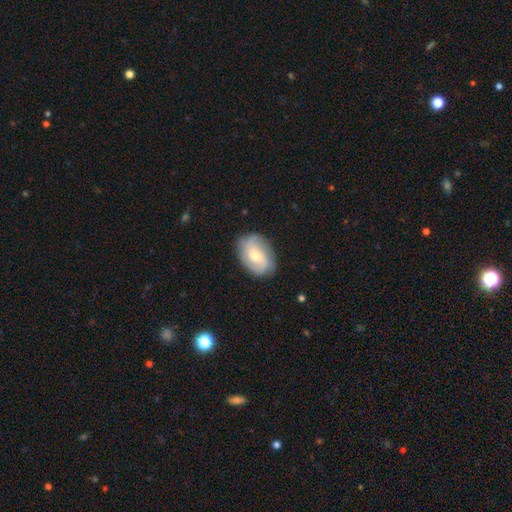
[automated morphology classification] Overall: featured or disk (63%; smooth 31%). Edge-on disk: no (96%). Bar: weak (46%; no 44%). Spiral arms: yes (89%). Spiral arm count: 2 (58%). Spiral winding: medium (44%; loose 30%). Bulge size: moderate (58%; small 32%). Merging: none (78%).